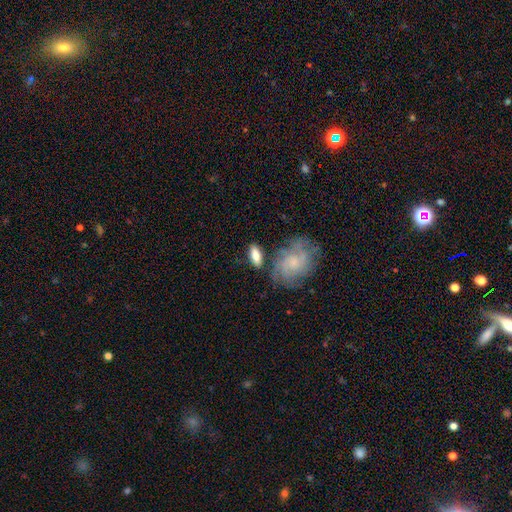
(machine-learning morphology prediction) smooth-or-featured: smooth: 71% | featured or disk: 22% | star or artifact: 7%
  how-rounded: in between: 75% | cigar-shaped: 19% | round: 5%
  merging: none: 68% | minor disturbance: 16% | merger: 10% | major disturbance: 6%